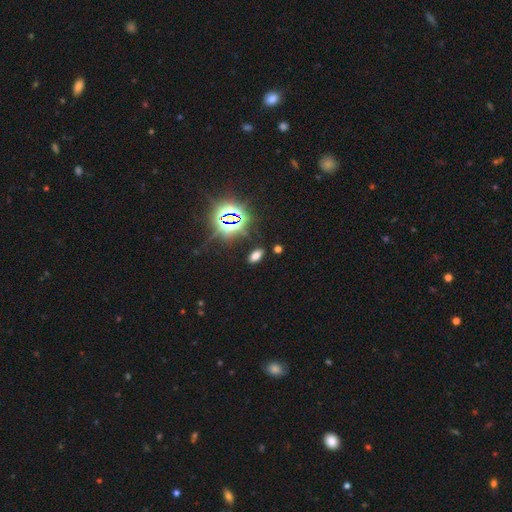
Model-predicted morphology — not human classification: Smooth or featured? smooth (57%)
How rounded? in between (88%)
Merging? none (87%)